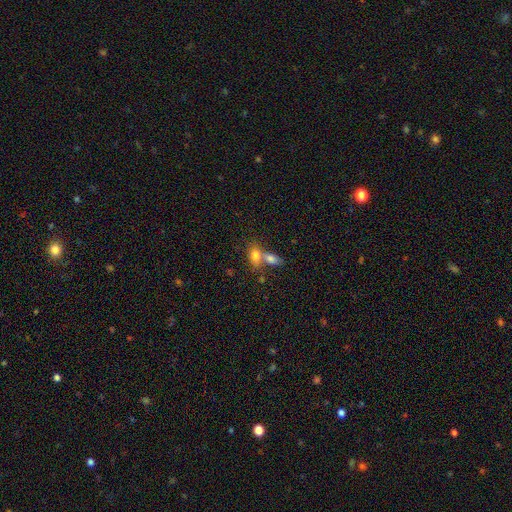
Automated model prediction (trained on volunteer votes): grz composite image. It shows a smooth galaxy with no disk features (78%) that is in between round and cigar-shaped (81%). Merging: merger (59%).